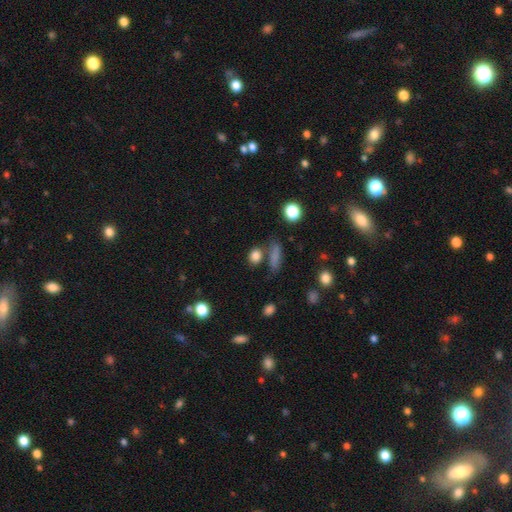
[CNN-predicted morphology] Q: Smooth or featured?
A: smooth (82%); runner-up: star or artifact (12%)
Q: How rounded?
A: round (54%); runner-up: in between (40%)
Q: Merging?
A: none (69%); runner-up: merger (15%)